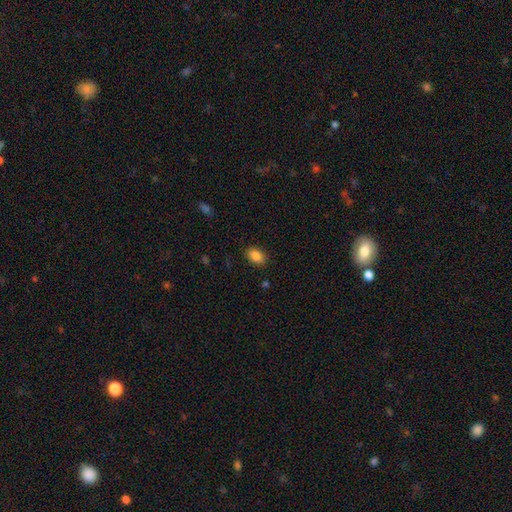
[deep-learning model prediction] smooth 87%, star or artifact 9%, featured or disk 4%. Down the decision tree: how rounded — in between (85%); merging — none (87%).